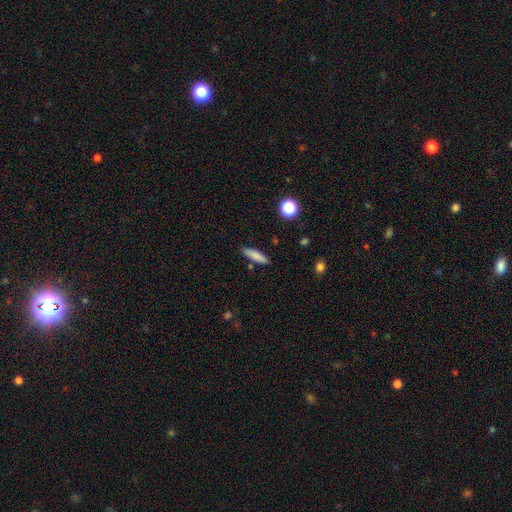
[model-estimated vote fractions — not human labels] Smooth or featured? smooth (82%)
How rounded? cigar-shaped (74%)
Merging? none (87%)